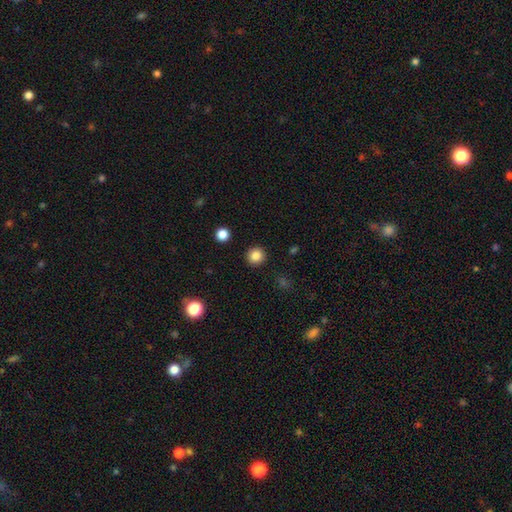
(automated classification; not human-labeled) Smooth or featured: smooth — 85% (star or artifact — 11%)
How rounded: round — 95% (in between — 4%)
Merging: none — 93% (minor disturbance — 4%)